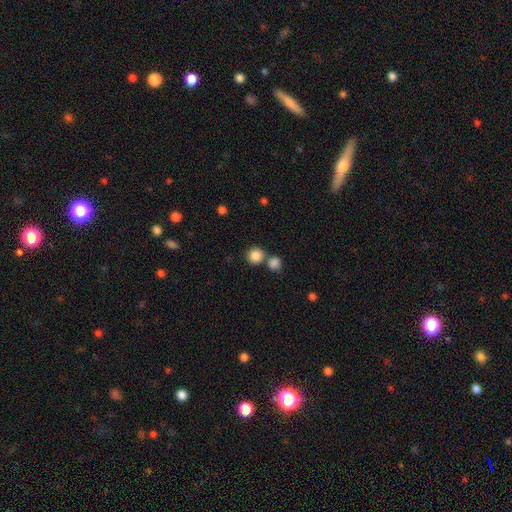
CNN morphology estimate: Q: Smooth or featured?
A: smooth (86%); runner-up: star or artifact (10%)
Q: How rounded?
A: round (92%); runner-up: in between (7%)
Q: Merging?
A: none (64%); runner-up: merger (26%)